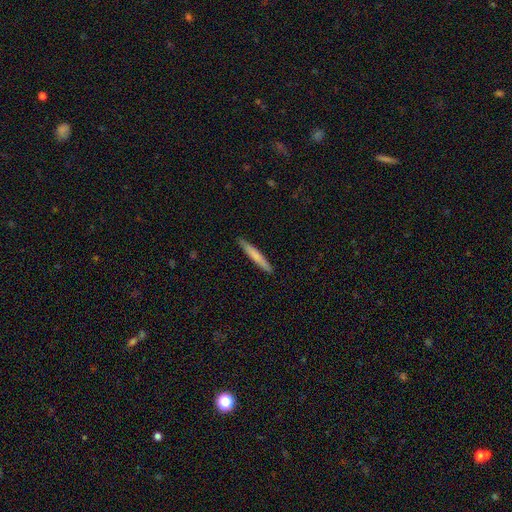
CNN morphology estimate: smooth 71%, featured or disk 24%, star or artifact 5%. Down the decision tree: how rounded — cigar-shaped (96%); merging — none (90%).